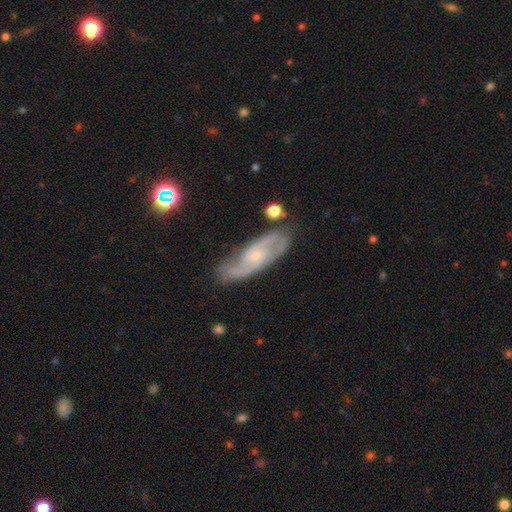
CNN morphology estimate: type=featured or disk (81%); edge-on=no (90%); bar=no (63%); spiral arms=yes (93%); winding=medium (49%); arm count=2 (75%); bulge=small (77%); merging=none (74%).